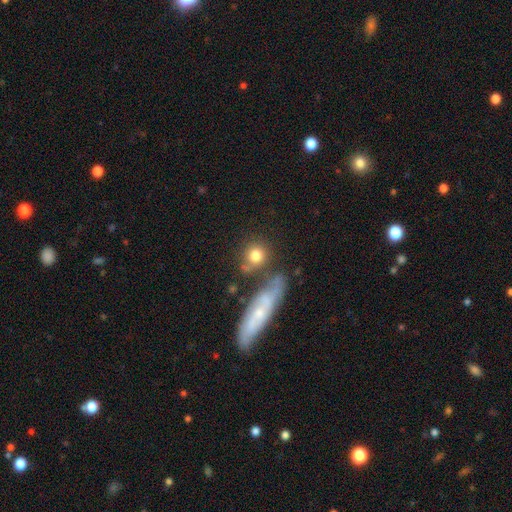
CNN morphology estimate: Smooth or featured? Predicted: smooth (p=0.76). How rounded? Predicted: round (p=0.82). Merging? Predicted: none (p=0.58).